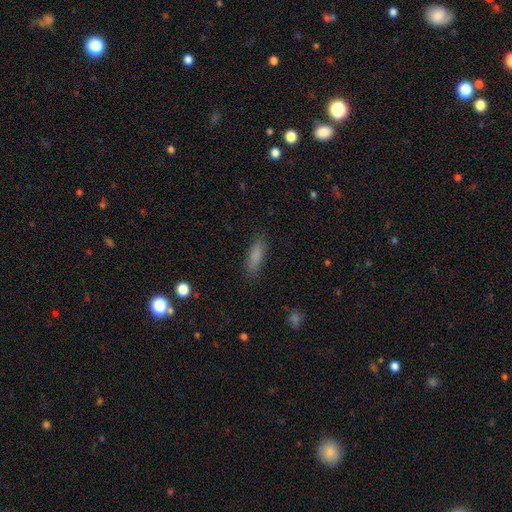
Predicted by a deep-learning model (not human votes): smooth 82%, featured or disk 9%, star or artifact 9%. Down the decision tree: how rounded — cigar-shaped (52%); merging — none (85%).